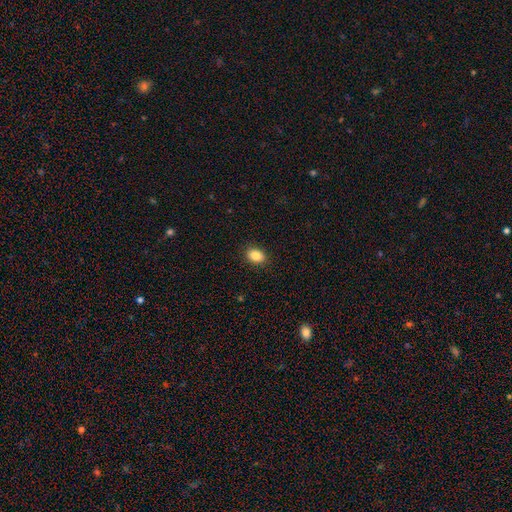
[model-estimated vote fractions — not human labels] Smooth or featured? Predicted: smooth (p=0.86). How rounded? Predicted: in between (p=0.78). Merging? Predicted: none (p=0.89).